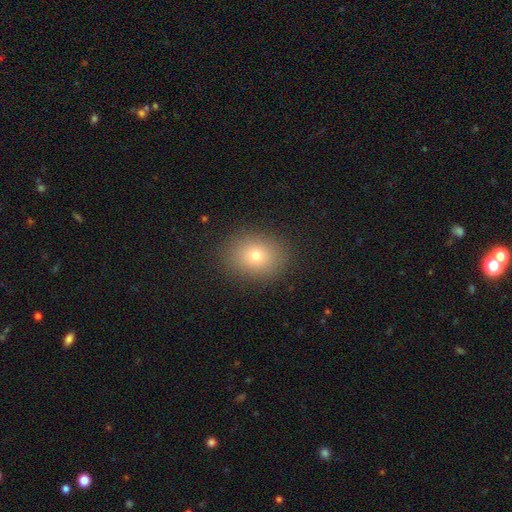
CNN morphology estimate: A smooth galaxy with no disk features (74%) that is in between round and cigar-shaped (54%).

Vote fractions:
- Smooth or featured? smooth: 74% / star or artifact: 14% / featured or disk: 12%
- How rounded? in between: 54% / round: 45% / cigar-shaped: 1%
- Merging? none: 88% / minor disturbance: 8% / major disturbance: 3% / merger: 1%